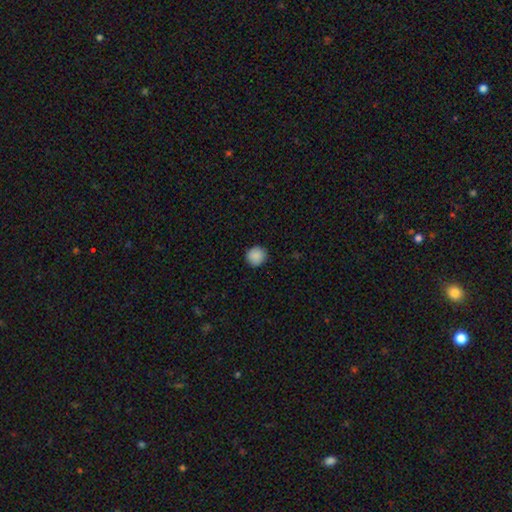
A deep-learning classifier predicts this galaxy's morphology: A smooth galaxy with no disk features (89%) that is round (94%).

Vote fractions:
- Smooth or featured? smooth: 89% / star or artifact: 8% / featured or disk: 3%
- How rounded? round: 94% / in between: 5% / cigar-shaped: 1%
- Merging? none: 90% / minor disturbance: 7% / major disturbance: 2% / merger: 1%